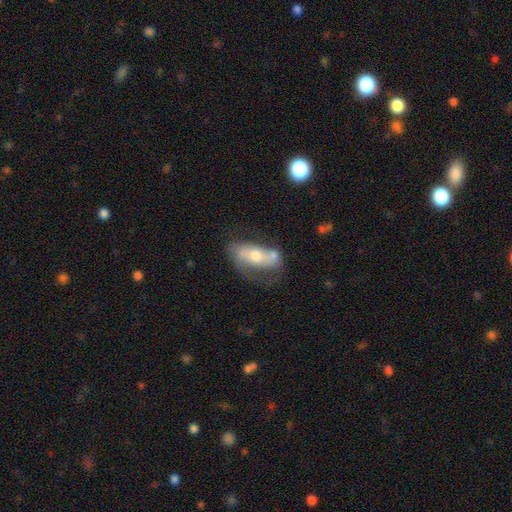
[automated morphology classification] A featured or disk galaxy (52%). Merging: none (39%).